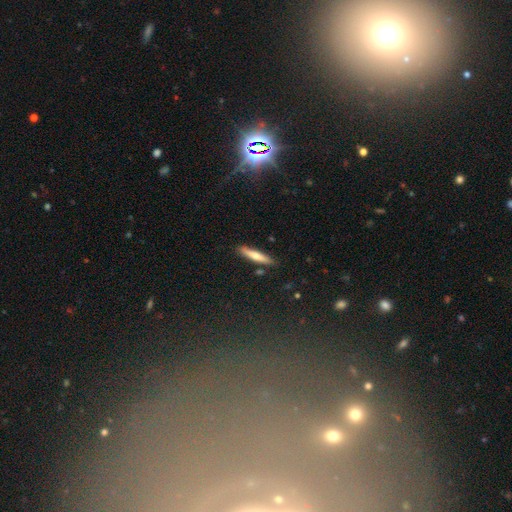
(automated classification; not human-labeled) A smooth galaxy with no disk features (61%) that is cigar-shaped (90%). Merging: none (86%).